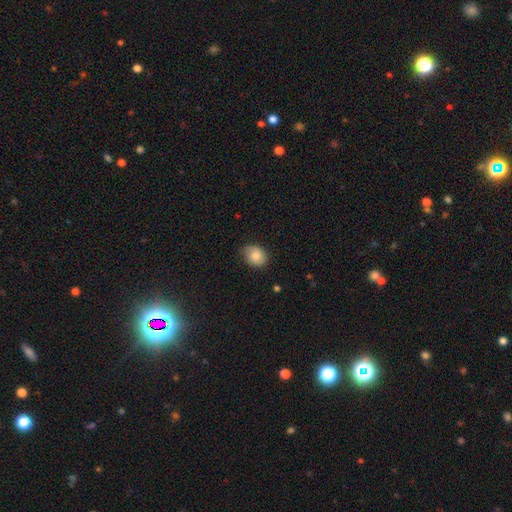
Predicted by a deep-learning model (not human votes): Smooth or featured? Predicted: smooth (p=0.79). How rounded? Predicted: in between (p=0.55). Merging? Predicted: none (p=0.71).